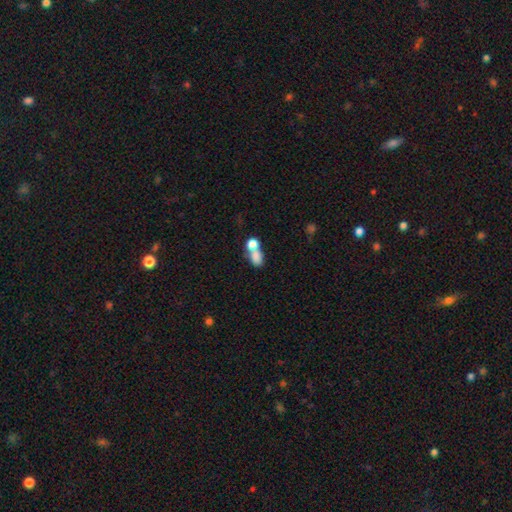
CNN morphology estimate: Smooth or featured?
  - smooth: 76% *
  - featured or disk: 13%
  - star or artifact: 11%
How rounded?
  - in between: 63% *
  - round: 34%
  - cigar-shaped: 3%
Merging?
  - merger: 60% *
  - none: 26%
  - minor disturbance: 8%
  - major disturbance: 6%